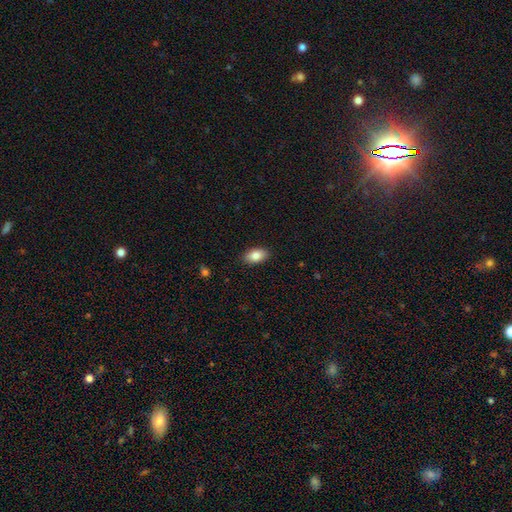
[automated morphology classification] Q: Smooth or featured?
A: smooth (84%); runner-up: featured or disk (9%)
Q: How rounded?
A: in between (92%); runner-up: round (5%)
Q: Merging?
A: none (89%); runner-up: minor disturbance (8%)